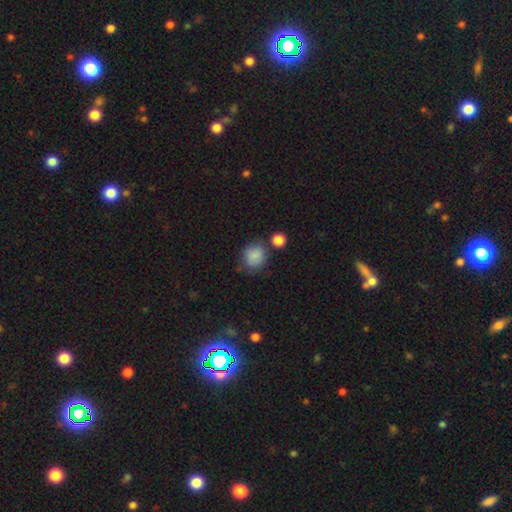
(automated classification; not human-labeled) Overall: smooth (84%). How rounded: round (71%). Merging: none (65%).